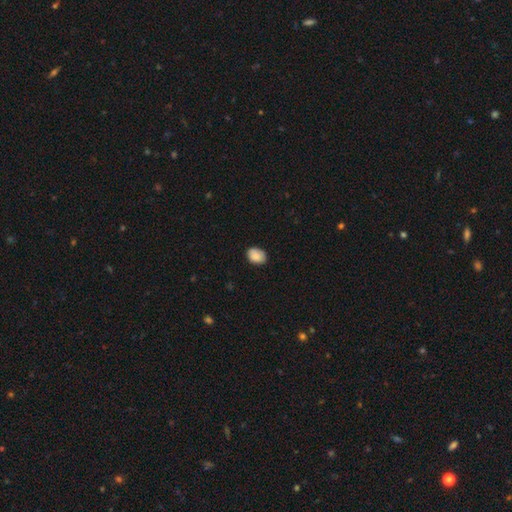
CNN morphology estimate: Smooth or featured? smooth (87%)
How rounded? in between (73%)
Merging? none (78%)